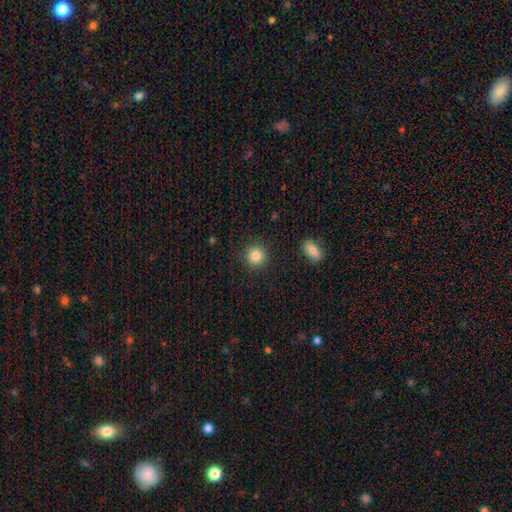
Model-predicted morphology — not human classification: This appears to be a smooth galaxy with no disk features (85%) that is round (92%). Merging: none (90%).